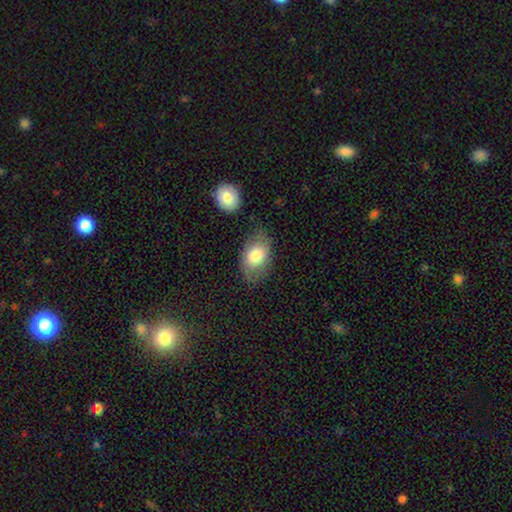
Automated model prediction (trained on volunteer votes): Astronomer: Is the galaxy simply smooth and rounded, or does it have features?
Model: smooth — 75%.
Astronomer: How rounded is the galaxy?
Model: in between — 86%.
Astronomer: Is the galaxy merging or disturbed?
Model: none — 65%.